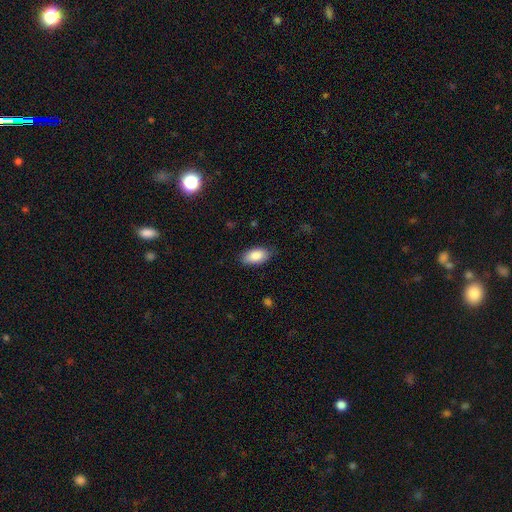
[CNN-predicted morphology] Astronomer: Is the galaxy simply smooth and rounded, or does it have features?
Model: smooth — 87%.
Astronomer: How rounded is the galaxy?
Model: in between — 93%.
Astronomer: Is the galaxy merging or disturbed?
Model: none — 82%.